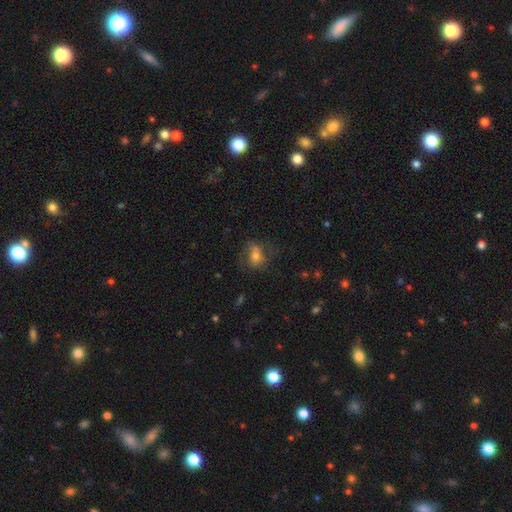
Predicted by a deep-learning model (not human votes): A smooth galaxy with no disk features (54%) that is in between round and cigar-shaped (53%).

Vote fractions:
- Smooth or featured? smooth: 54% / featured or disk: 34% / star or artifact: 12%
- How rounded? in between: 53% / round: 45% / cigar-shaped: 2%
- Merging? none: 50% / minor disturbance: 24% / major disturbance: 21% / merger: 6%